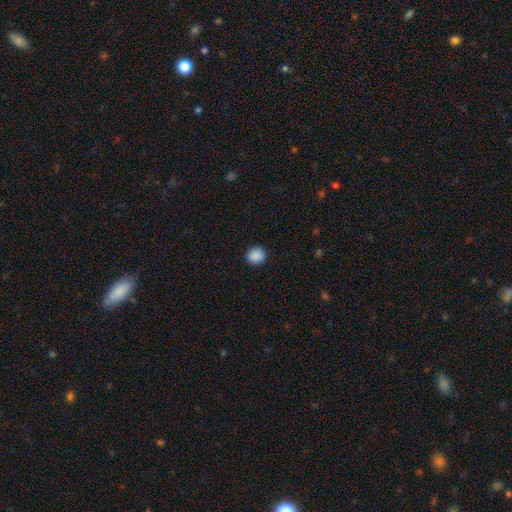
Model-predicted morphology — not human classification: This appears to be a smooth galaxy with no disk features (89%) that is round (85%). Merging: none (91%).